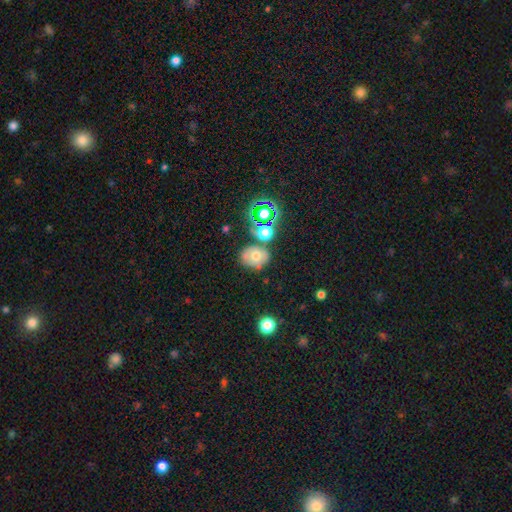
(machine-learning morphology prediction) smooth_or_featured: smooth (p=0.54) [alt: featured or disk p=0.29]
how_rounded: round (p=0.59) [alt: in between p=0.40]
merging: none (p=0.54) [alt: merger p=0.19]